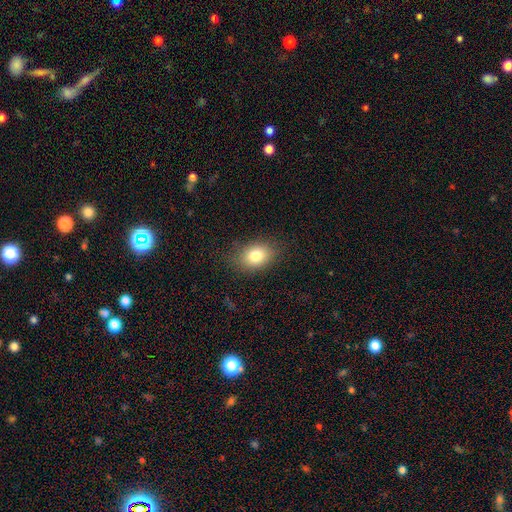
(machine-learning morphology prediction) Smooth or featured: smooth — 79% (star or artifact — 10%)
How rounded: in between — 71% (round — 28%)
Merging: none — 82% (minor disturbance — 13%)